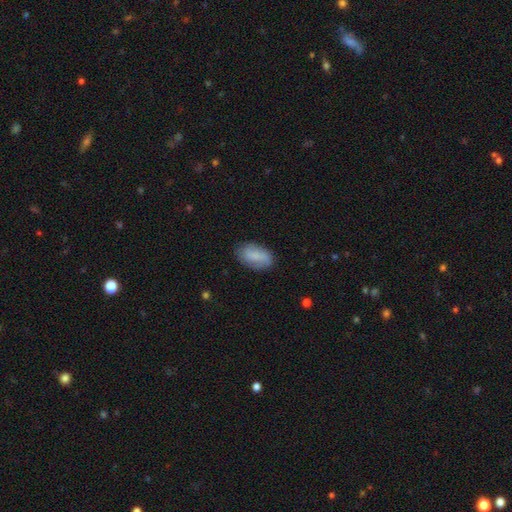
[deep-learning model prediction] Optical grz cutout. It shows a smooth galaxy with no disk features (67%) that is in between round and cigar-shaped (92%). Merging: none (77%).